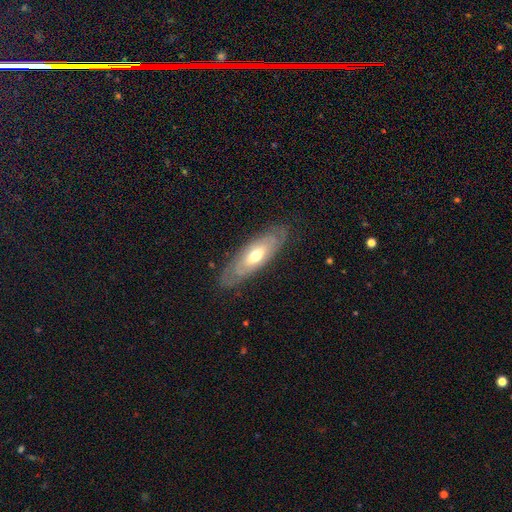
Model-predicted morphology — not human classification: A featured or disk galaxy (60%). Merging: none (81%).